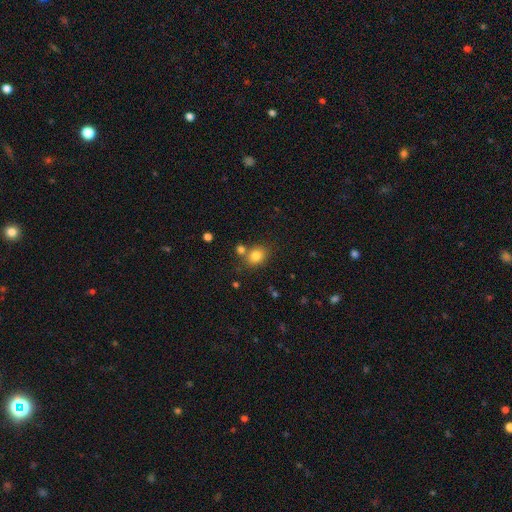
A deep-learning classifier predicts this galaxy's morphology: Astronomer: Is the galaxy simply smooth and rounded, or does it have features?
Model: smooth — 82%.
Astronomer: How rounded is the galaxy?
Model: round — 56% (runner-up: in between, 43%).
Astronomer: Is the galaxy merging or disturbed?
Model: none — 65%.